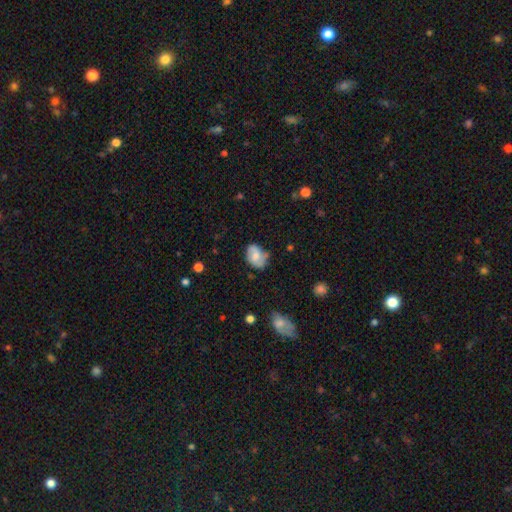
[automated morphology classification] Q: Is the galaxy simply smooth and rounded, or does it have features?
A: smooth — 57%.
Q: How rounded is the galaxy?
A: in between — 72%.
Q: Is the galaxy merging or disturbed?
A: none — 53%.